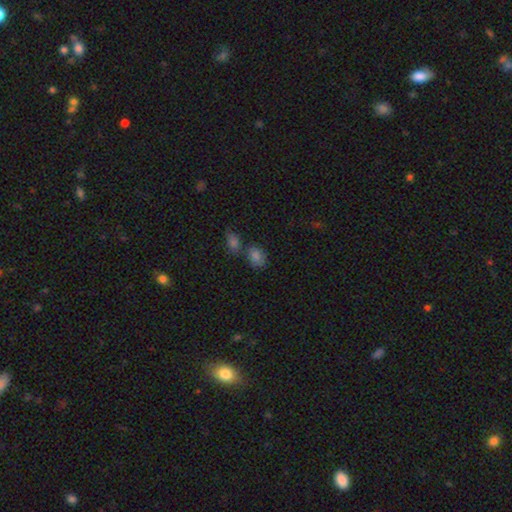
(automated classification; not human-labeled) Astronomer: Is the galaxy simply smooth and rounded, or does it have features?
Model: smooth — 74%.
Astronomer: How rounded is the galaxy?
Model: in between — 63%.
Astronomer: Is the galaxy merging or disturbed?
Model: none — 52% (runner-up: merger, 30%).